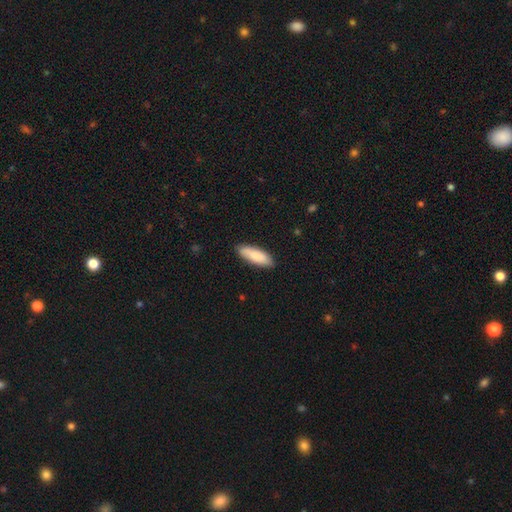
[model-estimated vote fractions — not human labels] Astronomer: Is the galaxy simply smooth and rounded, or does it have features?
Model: smooth — 88%.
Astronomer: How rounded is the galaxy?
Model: in between — 58% (runner-up: cigar-shaped, 41%).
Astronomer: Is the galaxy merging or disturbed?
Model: none — 87%.